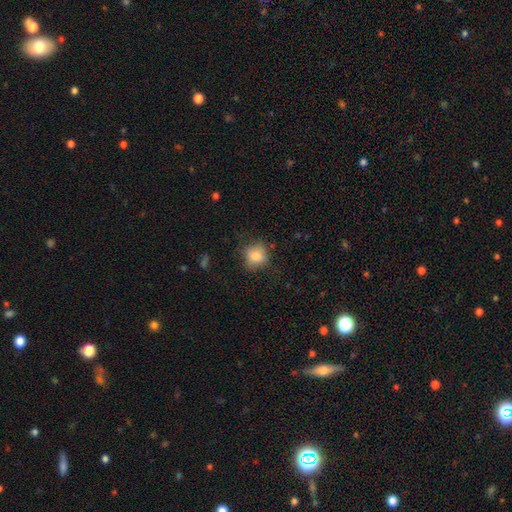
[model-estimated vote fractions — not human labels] smooth_or_featured: smooth (p=0.82) [alt: star or artifact p=0.10]
how_rounded: round (p=0.79) [alt: in between p=0.20]
merging: none (p=0.74) [alt: minor disturbance p=0.19]